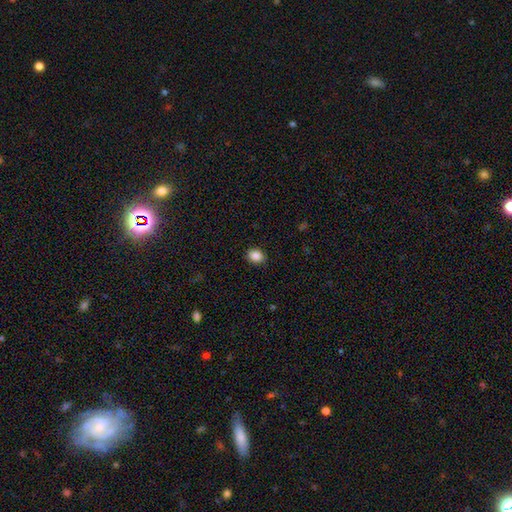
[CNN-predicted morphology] Smooth or featured? Predicted: smooth (p=0.87). How rounded? Predicted: in between (p=0.51). Merging? Predicted: none (p=0.90).